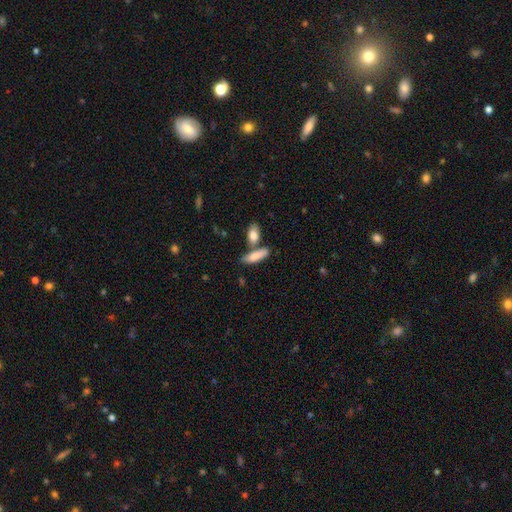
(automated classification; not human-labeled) smooth-or-featured: smooth: 81% | featured or disk: 13% | star or artifact: 6%
  how-rounded: in between: 49% | cigar-shaped: 48% | round: 3%
  merging: none: 58% | merger: 26% | minor disturbance: 12% | major disturbance: 4%